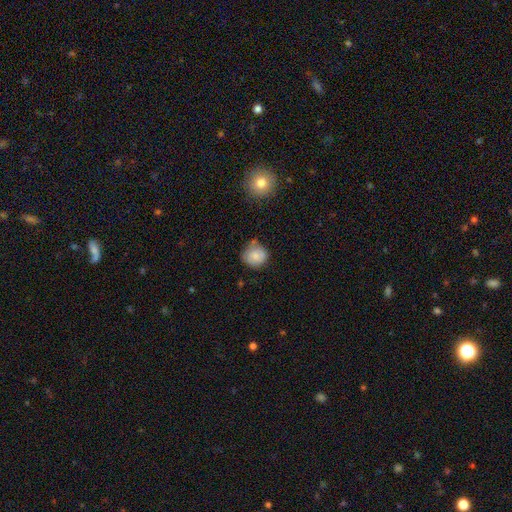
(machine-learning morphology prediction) This appears to be a smooth galaxy with no disk features (80%) that is round (85%). Merging: none (62%).